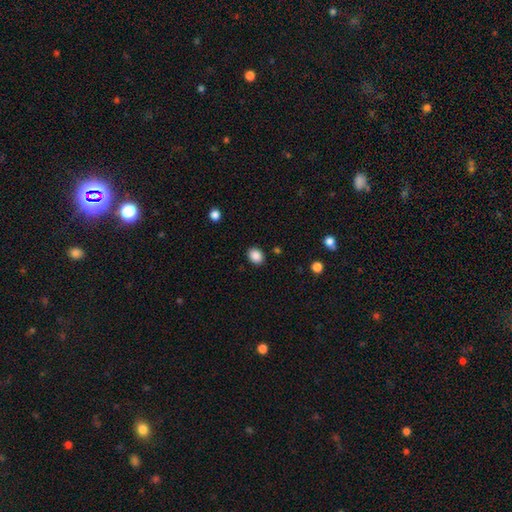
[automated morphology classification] A smooth galaxy with no disk features (88%) that is in between round and cigar-shaped (50%). Merging: none (88%).